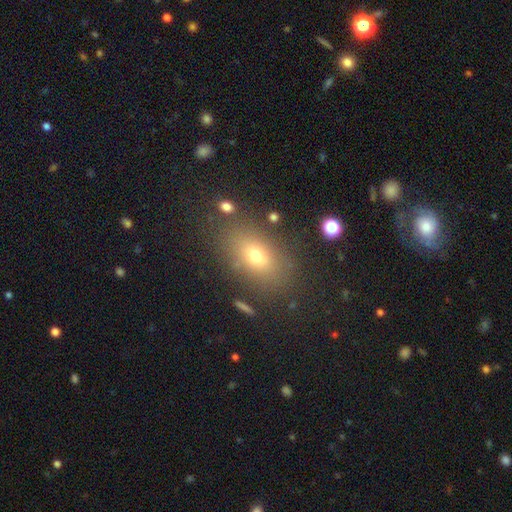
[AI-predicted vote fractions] Overall: smooth (69%). How rounded: in between (80%). Merging: none (82%).